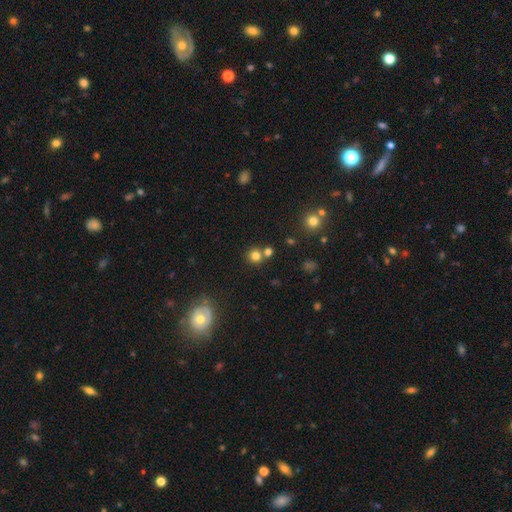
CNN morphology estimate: smooth 76%, star or artifact 16%, featured or disk 8%. Down the decision tree: how rounded — round (91%); merging — none (68%).